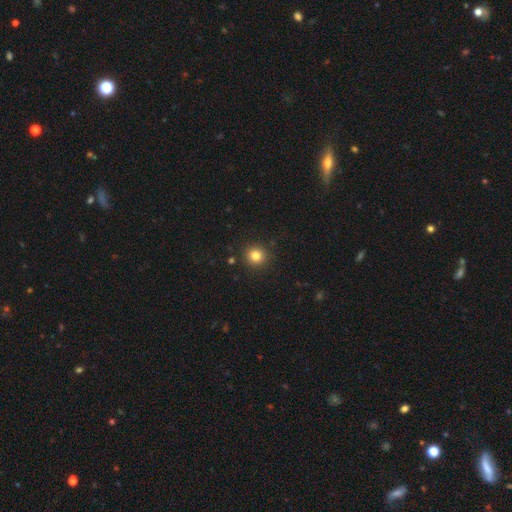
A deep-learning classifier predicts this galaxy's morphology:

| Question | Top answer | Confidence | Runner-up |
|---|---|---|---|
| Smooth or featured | smooth | 82% | star or artifact (12%) |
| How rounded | round | 93% | in between (6%) |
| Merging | none | 91% | minor disturbance (6%) |